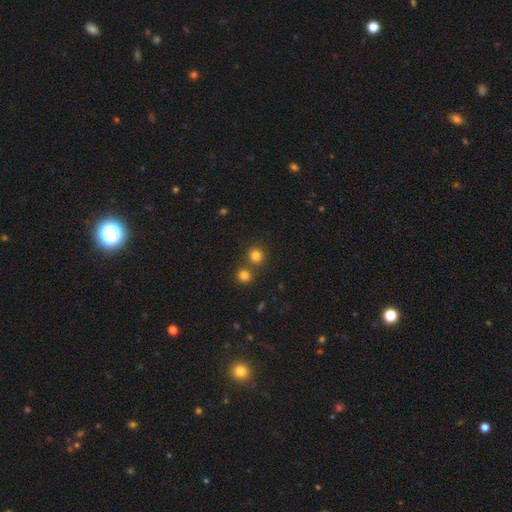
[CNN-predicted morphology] A smooth galaxy with no disk features (80%) that is round (91%).

Vote fractions:
- Smooth or featured? smooth: 80% / star or artifact: 15% / featured or disk: 6%
- How rounded? round: 91% / in between: 8% / cigar-shaped: 1%
- Merging? none: 69% / merger: 22% / minor disturbance: 6% / major disturbance: 2%